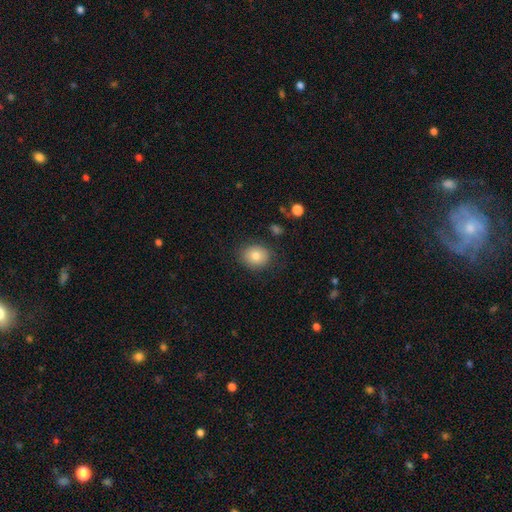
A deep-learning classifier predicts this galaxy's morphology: Smooth or featured? Predicted: smooth (p=0.80). How rounded? Predicted: round (p=0.63). Merging? Predicted: none (p=0.84).